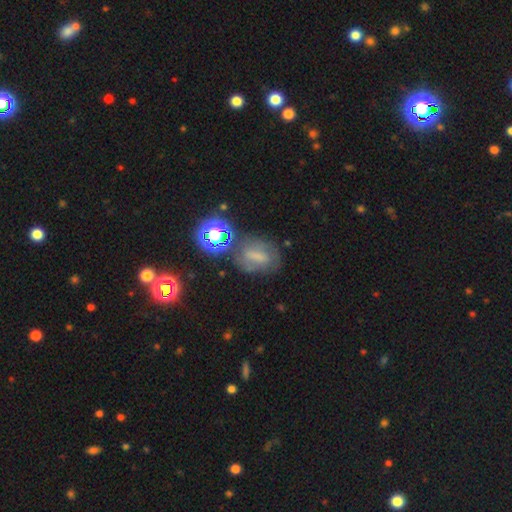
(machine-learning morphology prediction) Smooth or featured? Predicted: smooth (p=0.43). Merging? Predicted: none (p=0.58).